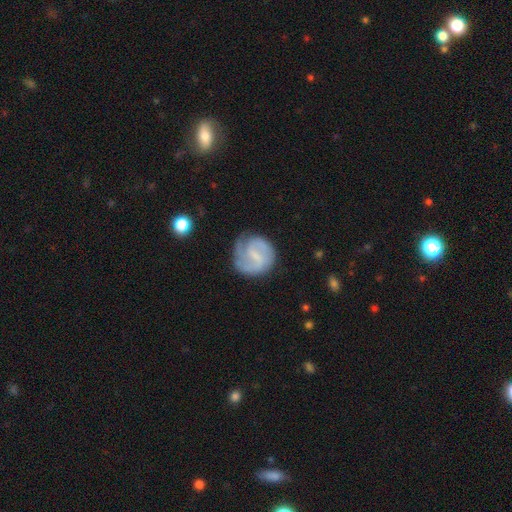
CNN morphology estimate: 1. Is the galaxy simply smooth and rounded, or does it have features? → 68% featured or disk, 26% smooth, 6% star or artifact.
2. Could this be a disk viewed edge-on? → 98% no, 2% yes.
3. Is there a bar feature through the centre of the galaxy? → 57% weak, 22% strong, 21% no.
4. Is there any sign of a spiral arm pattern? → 88% yes, 12% no.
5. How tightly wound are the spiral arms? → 42% medium, 36% tight, 22% loose.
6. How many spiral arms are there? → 53% 2, 22% 1, 16% can't tell, 6% 3, 2% 4, 2% more than 4.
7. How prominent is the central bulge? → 45% small, 38% none, 14% moderate, 2% large, 1% dominant.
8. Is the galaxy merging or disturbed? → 61% none, 23% minor disturbance, 14% major disturbance, 2% merger.